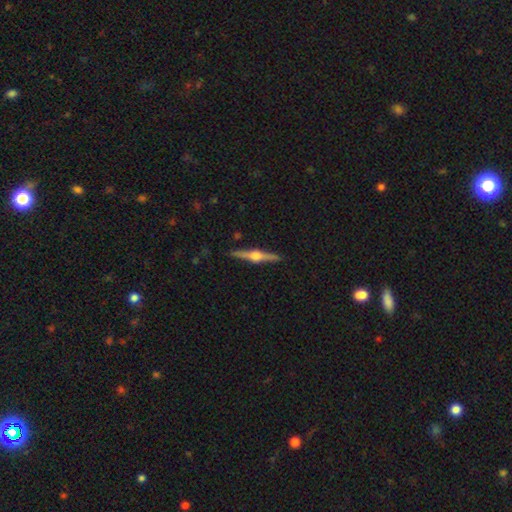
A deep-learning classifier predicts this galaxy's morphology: Smooth or featured: featured or disk — 81% (smooth — 13%)
Edge-on disk: yes — 98% (no — 2%)
Edge-on bulge: rounded — 96% (boxy — 3%)
Merging: none — 91% (minor disturbance — 7%)